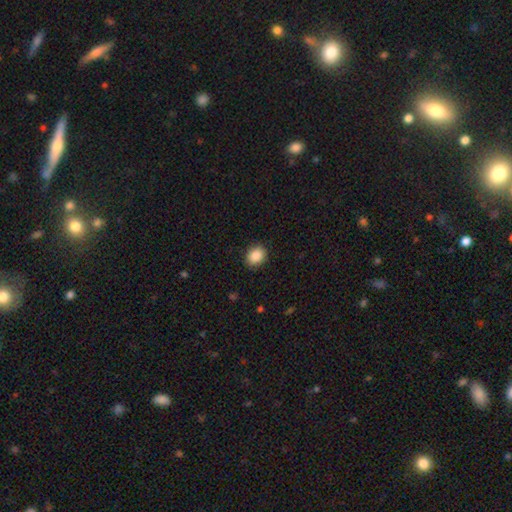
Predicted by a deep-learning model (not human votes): The model was most divided on "how rounded": round: 51%, in between: 48%, cigar-shaped: 1%. More confident: merging — none (89%); smooth or featured — smooth (88%).